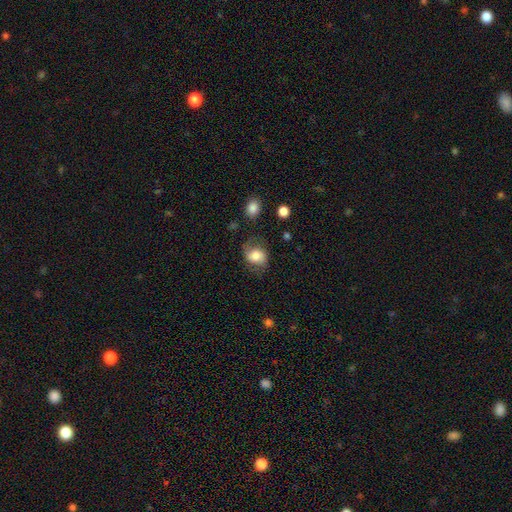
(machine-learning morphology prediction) smooth_or_featured: smooth (p=0.60) [alt: featured or disk p=0.31]
how_rounded: in between (p=0.50) [alt: round p=0.49]
merging: none (p=0.63) [alt: minor disturbance p=0.24]